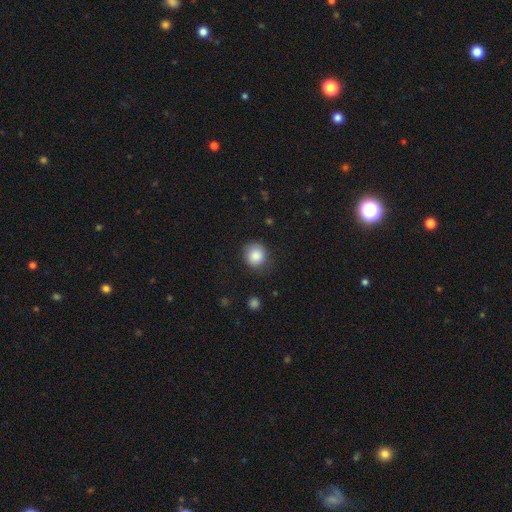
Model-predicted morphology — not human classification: This appears to be a smooth galaxy with no disk features (86%) that is round (89%). Merging: none (82%).